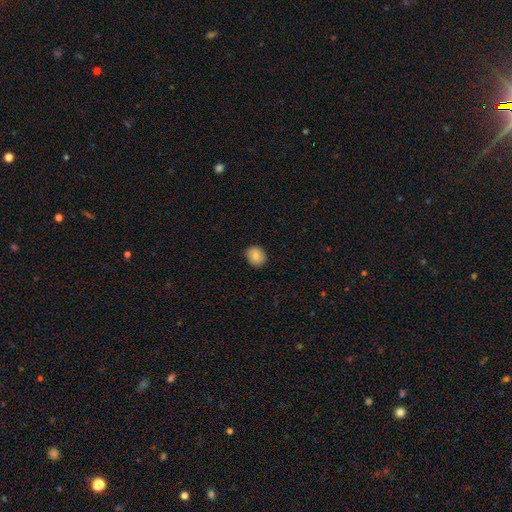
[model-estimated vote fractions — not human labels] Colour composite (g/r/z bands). It shows a smooth galaxy with no disk features (83%) that is round (73%). Merging: none (88%).